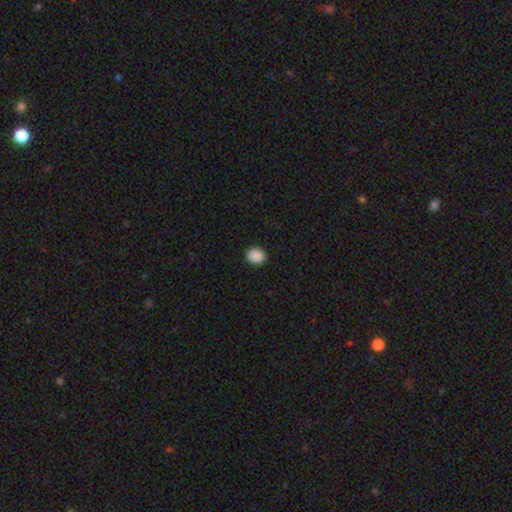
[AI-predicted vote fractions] A smooth galaxy with no disk features (89%) that is round (76%).

Vote fractions:
- Smooth or featured? smooth: 89% / star or artifact: 8% / featured or disk: 2%
- How rounded? round: 76% / in between: 23% / cigar-shaped: 1%
- Merging? none: 91% / minor disturbance: 6% / major disturbance: 2% / merger: 1%